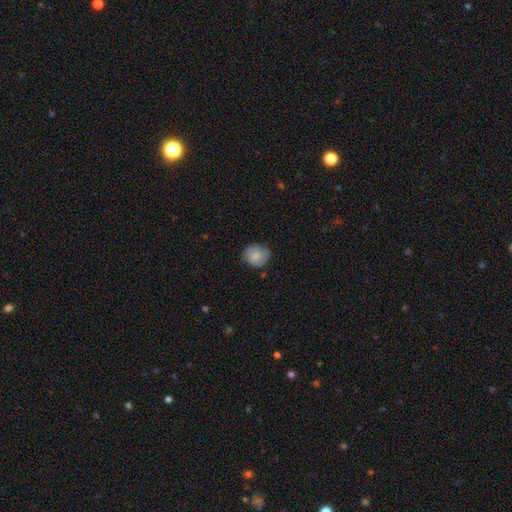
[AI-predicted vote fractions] Q: Smooth or featured?
A: smooth (73%); runner-up: featured or disk (20%)
Q: How rounded?
A: round (80%); runner-up: in between (19%)
Q: Merging?
A: none (75%); runner-up: minor disturbance (20%)